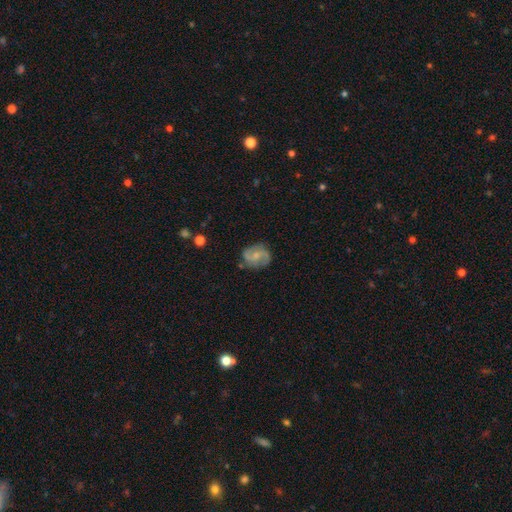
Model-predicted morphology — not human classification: This is likely a featured or disk galaxy (74%). It is clearly not viewed edge-on (98%). Bar: possibly no (53%). Spiral arm pattern: clearly yes (94%). Spiral arm count: clearly 2 (85%). Spiral winding: possibly medium (51%). Central bulge: possibly small (46%). Merging: likely none (75%).